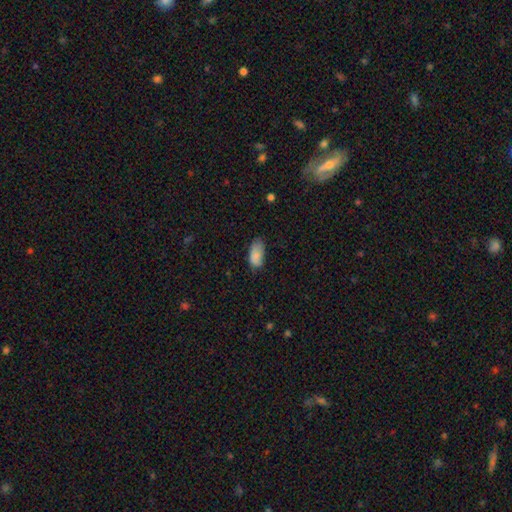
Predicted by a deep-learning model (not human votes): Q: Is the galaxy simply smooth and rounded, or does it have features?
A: smooth — 85%.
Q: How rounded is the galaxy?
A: in between — 93%.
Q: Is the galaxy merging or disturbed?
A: none — 58%.